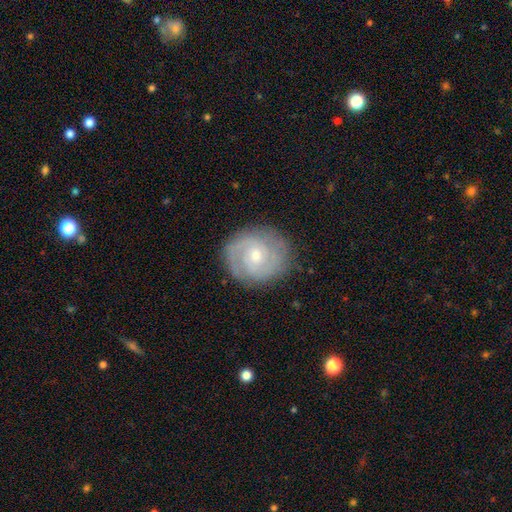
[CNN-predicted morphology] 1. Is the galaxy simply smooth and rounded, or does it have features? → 78% featured or disk, 16% smooth, 6% star or artifact.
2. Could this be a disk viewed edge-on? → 97% no, 3% yes.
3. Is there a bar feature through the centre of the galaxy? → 63% no, 32% weak, 5% strong.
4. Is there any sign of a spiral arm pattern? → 93% yes, 7% no.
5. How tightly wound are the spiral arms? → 61% tight, 32% medium, 7% loose.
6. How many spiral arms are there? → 57% 2, 20% can't tell, 12% 3, 4% 1, 3% 4, 3% more than 4.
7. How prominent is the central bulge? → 58% small, 39% moderate, 1% large, 1% none, 1% dominant.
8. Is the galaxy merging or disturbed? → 83% none, 12% minor disturbance, 4% major disturbance, 1% merger.